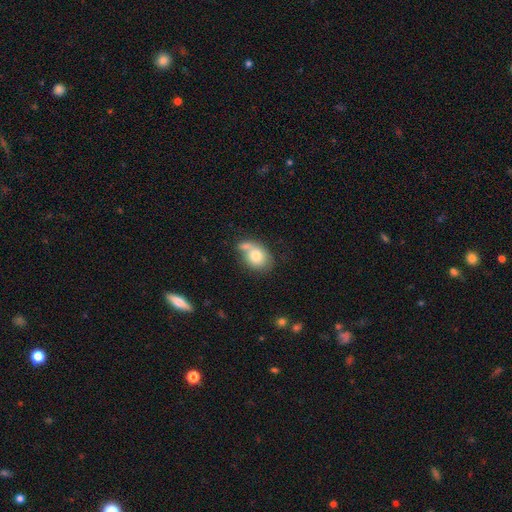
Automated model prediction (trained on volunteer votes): Smooth or featured: smooth — 76% (featured or disk — 16%)
How rounded: in between — 57% (round — 42%)
Merging: none — 38% (merger — 35%)